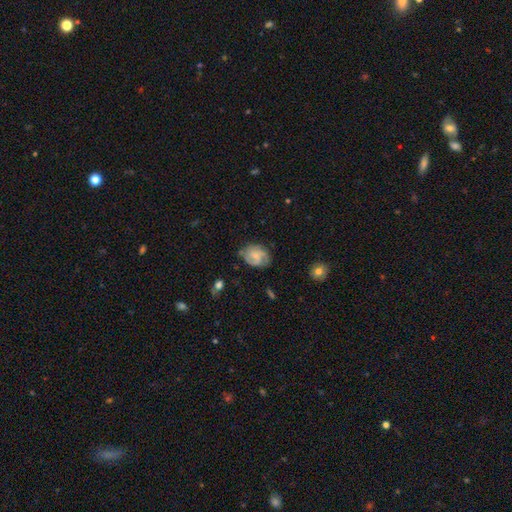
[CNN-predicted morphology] Smooth or featured?
  - featured or disk: 51% *
  - smooth: 41%
  - star or artifact: 8%
Edge-on disk?
  - no: 97% *
  - yes: 3%
Merging?
  - none: 67% *
  - minor disturbance: 23%
  - major disturbance: 8%
  - merger: 2%